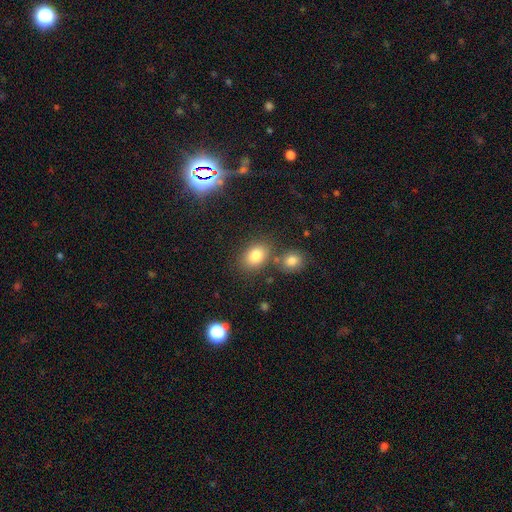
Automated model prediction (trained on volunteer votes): Smooth or featured: smooth — 81% (star or artifact — 10%)
How rounded: in between — 70% (round — 29%)
Merging: none — 70% (merger — 14%)